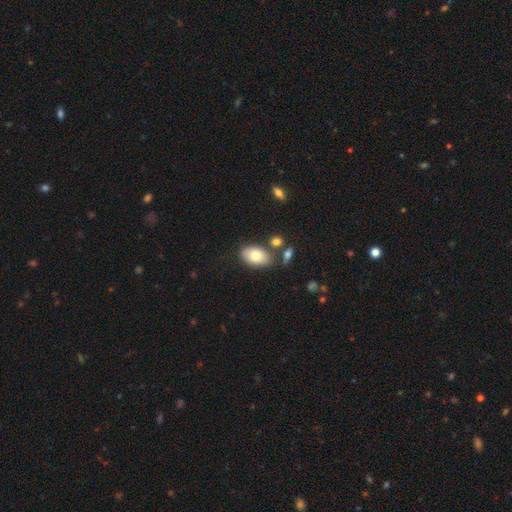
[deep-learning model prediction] This appears to be a smooth galaxy with no disk features (76%) that is in between round and cigar-shaped (91%). Merging: none (72%).